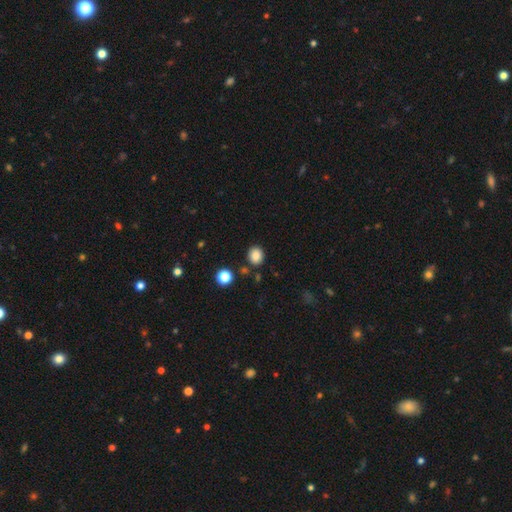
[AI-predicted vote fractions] This appears to be a smooth galaxy with no disk features (85%) that is round (66%). Merging: none (84%).